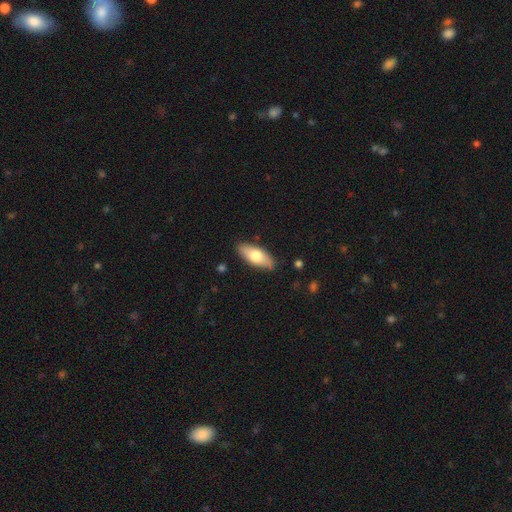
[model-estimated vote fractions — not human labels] Q: Smooth or featured?
A: smooth (68%); runner-up: featured or disk (27%)
Q: How rounded?
A: in between (80%); runner-up: cigar-shaped (17%)
Q: Merging?
A: none (85%); runner-up: minor disturbance (12%)